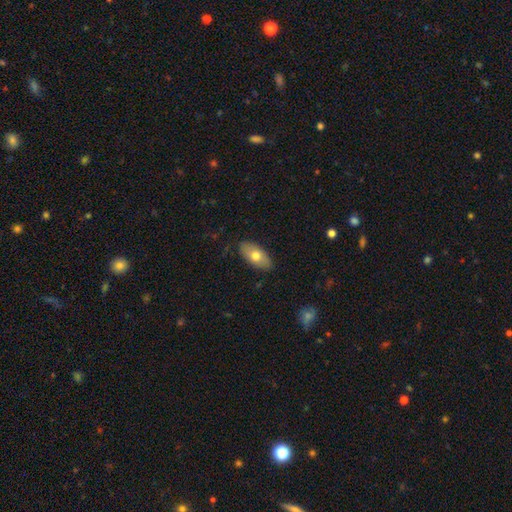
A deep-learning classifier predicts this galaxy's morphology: Smooth or featured? Predicted: smooth (p=0.69). How rounded? Predicted: in between (p=0.91). Merging? Predicted: none (p=0.87).